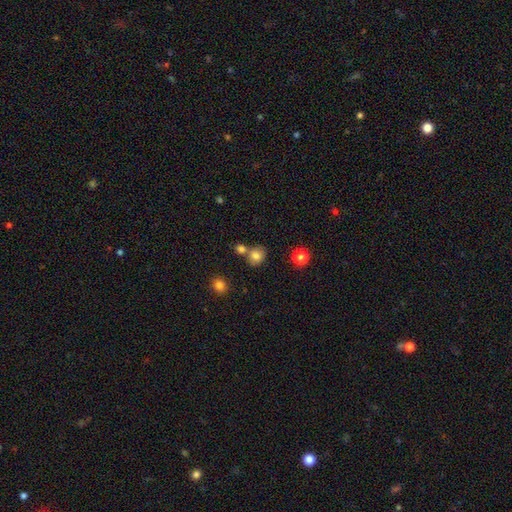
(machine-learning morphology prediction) smooth 79%, star or artifact 12%, featured or disk 8%. Down the decision tree: how rounded — round (74%); merging — none (62%).